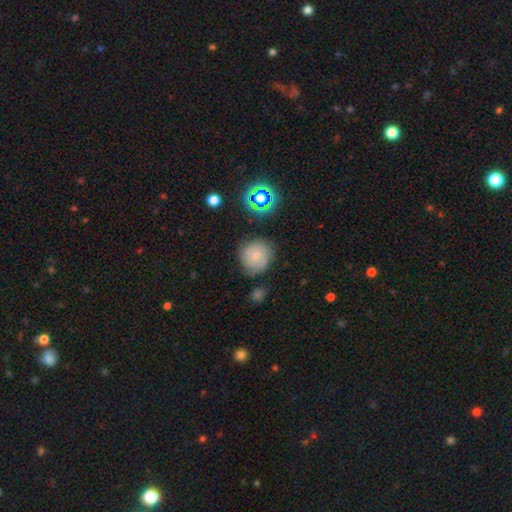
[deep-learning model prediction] smooth_or_featured: smooth (p=0.48) [alt: featured or disk p=0.41]
merging: none (p=0.76) [alt: minor disturbance p=0.16]